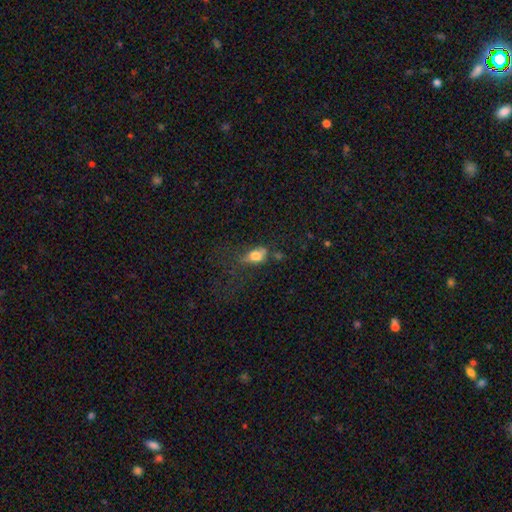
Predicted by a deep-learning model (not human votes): A smooth galaxy with no disk features (72%) that is in between round and cigar-shaped (74%). Merging: none (34%).